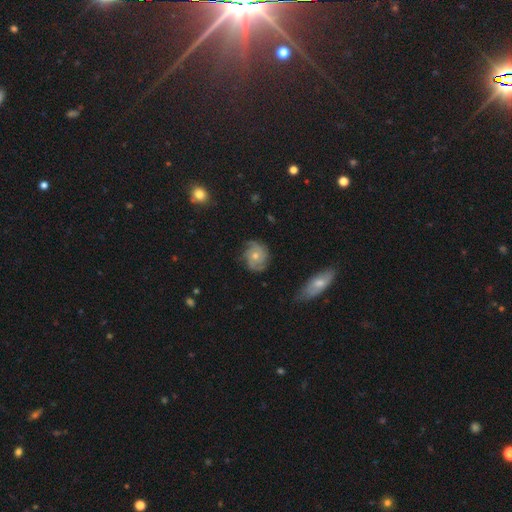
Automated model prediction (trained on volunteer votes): Morphology: type=featured or disk (73%); edge-on=no (97%); bar=no (81%); spiral arms=yes (93%); winding=tight (55%); arm count=3 (35%); bulge=moderate (54%); merging=none (73%).